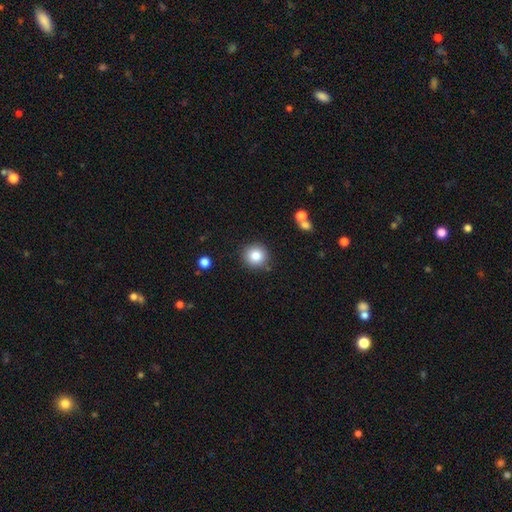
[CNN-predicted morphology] Smooth or featured?
  - smooth: 83% *
  - star or artifact: 10%
  - featured or disk: 7%
How rounded?
  - round: 93% *
  - in between: 6%
  - cigar-shaped: 1%
Merging?
  - none: 88% *
  - minor disturbance: 7%
  - merger: 2%
  - major disturbance: 2%